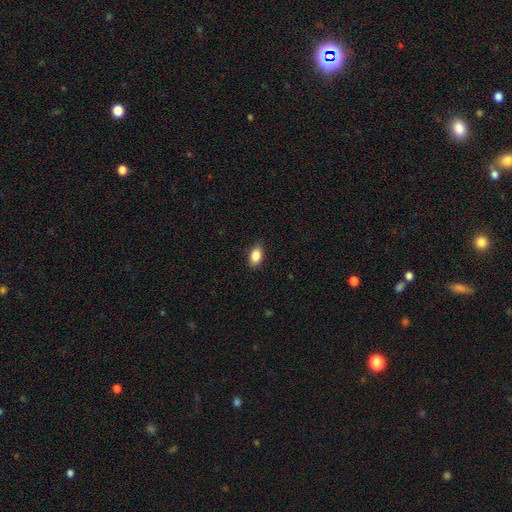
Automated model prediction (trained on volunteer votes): This is clearly a smooth galaxy (87%). How rounded: clearly in between (89%). Merging: clearly none (87%).